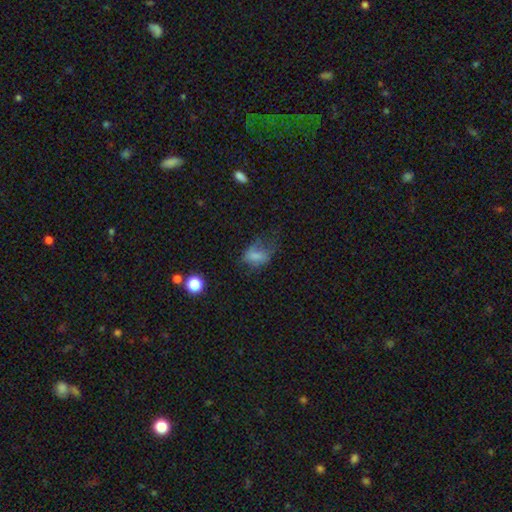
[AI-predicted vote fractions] smooth 66%, featured or disk 19%, star or artifact 14%. Down the decision tree: how rounded — in between (77%); merging — major disturbance (39%).